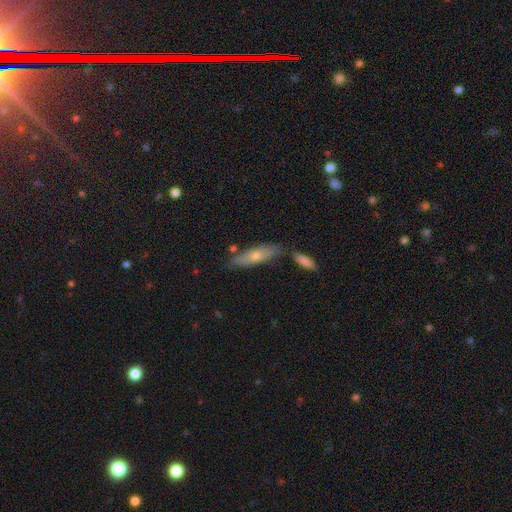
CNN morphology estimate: A smooth galaxy with no disk features (56%) that is cigar-shaped (62%). Merging: none (67%).